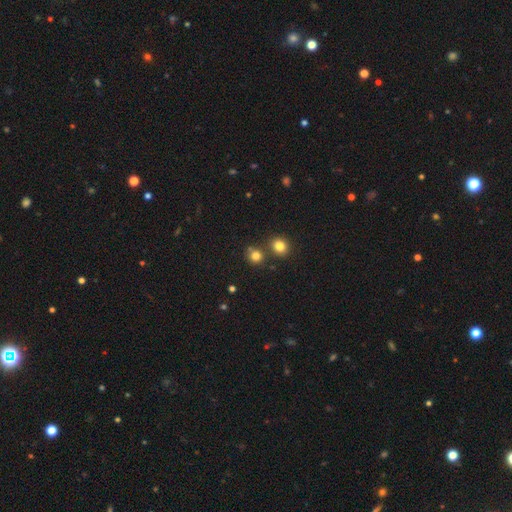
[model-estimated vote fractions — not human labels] Smooth or featured: smooth — 79% (star or artifact — 15%)
How rounded: round — 85% (in between — 14%)
Merging: none — 71% (merger — 17%)